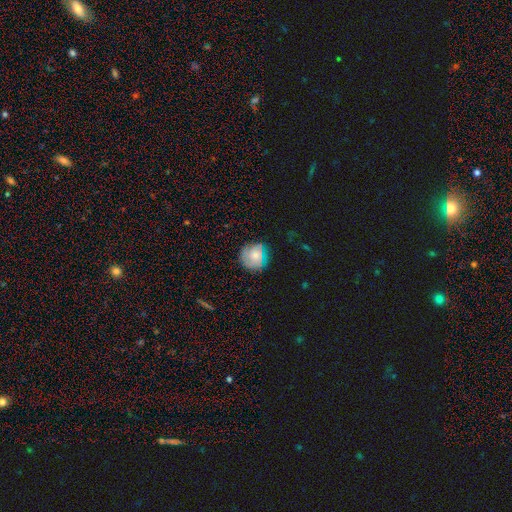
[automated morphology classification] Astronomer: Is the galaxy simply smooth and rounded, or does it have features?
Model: smooth — 58%.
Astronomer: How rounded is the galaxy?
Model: round — 88%.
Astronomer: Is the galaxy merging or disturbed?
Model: none — 75%.